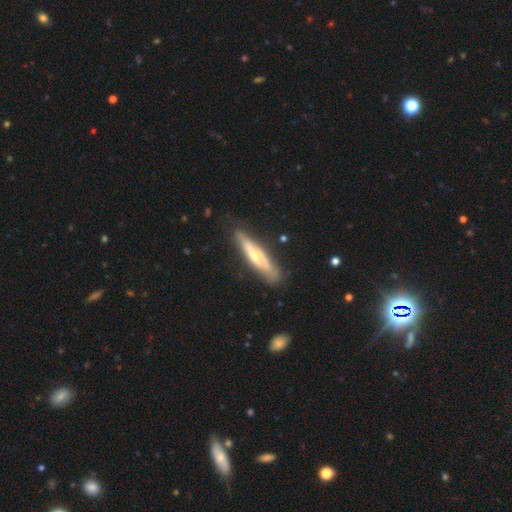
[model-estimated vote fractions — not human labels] This is possibly a featured or disk galaxy (54%). It is likely viewed edge-on (74%). Merging: likely none (76%).